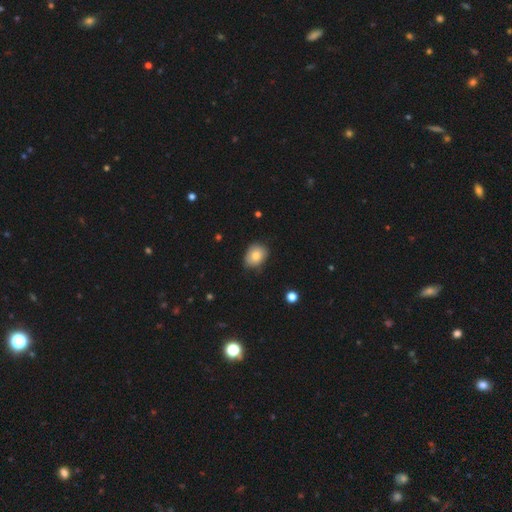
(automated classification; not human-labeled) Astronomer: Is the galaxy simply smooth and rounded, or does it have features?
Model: smooth — 80%.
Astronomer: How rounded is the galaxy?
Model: in between — 54% (runner-up: round, 45%).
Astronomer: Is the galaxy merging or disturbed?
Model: none — 73%.